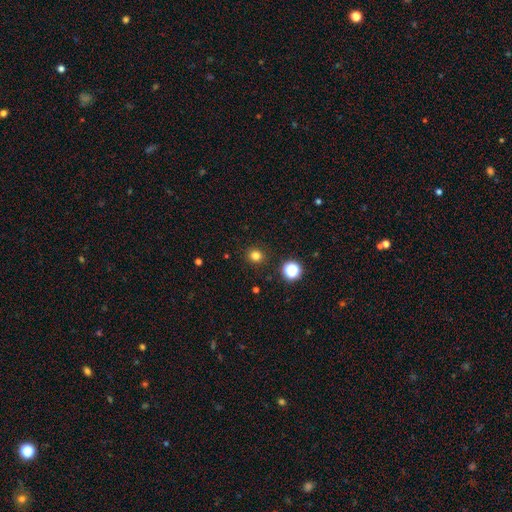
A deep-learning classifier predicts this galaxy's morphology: smooth 79%, star or artifact 16%, featured or disk 5%. Down the decision tree: how rounded — round (87%); merging — none (91%).